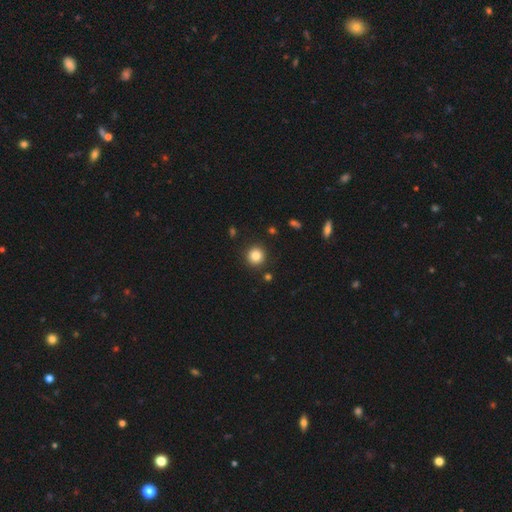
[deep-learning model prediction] This appears to be a smooth galaxy with no disk features (84%) that is round (94%). Merging: none (91%).